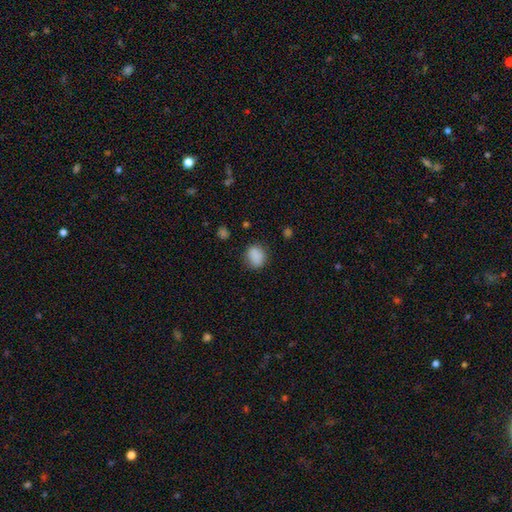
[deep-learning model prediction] Smooth or featured: smooth — 87% (star or artifact — 10%)
How rounded: round — 51% (in between — 47%)
Merging: none — 81% (minor disturbance — 14%)